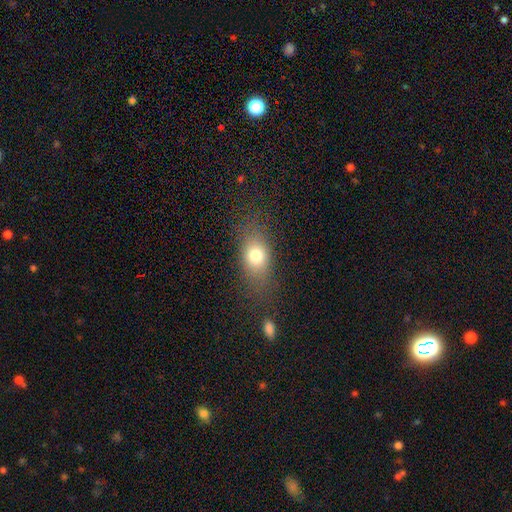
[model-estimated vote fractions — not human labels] This is likely a smooth galaxy (75%). How rounded: likely in between (69%). Merging: likely none (73%).